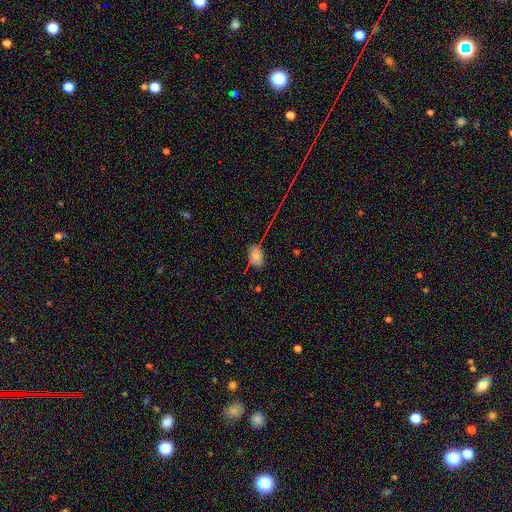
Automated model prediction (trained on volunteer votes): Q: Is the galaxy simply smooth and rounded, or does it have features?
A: smooth — 64%.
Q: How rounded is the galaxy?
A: in between — 89%.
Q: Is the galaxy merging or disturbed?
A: none — 67%.